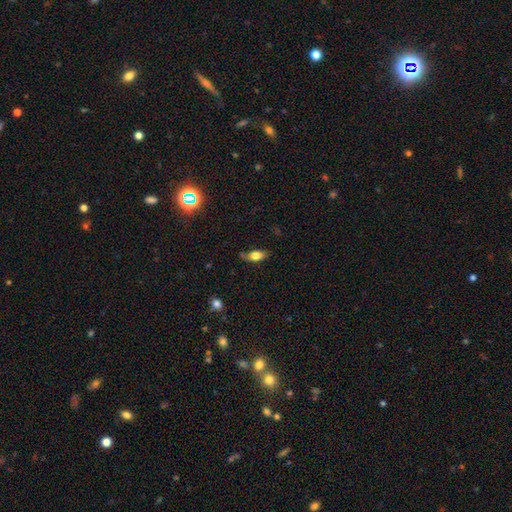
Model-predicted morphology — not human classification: Smooth or featured? Predicted: smooth (p=0.76). How rounded? Predicted: in between (p=0.82). Merging? Predicted: none (p=0.65).